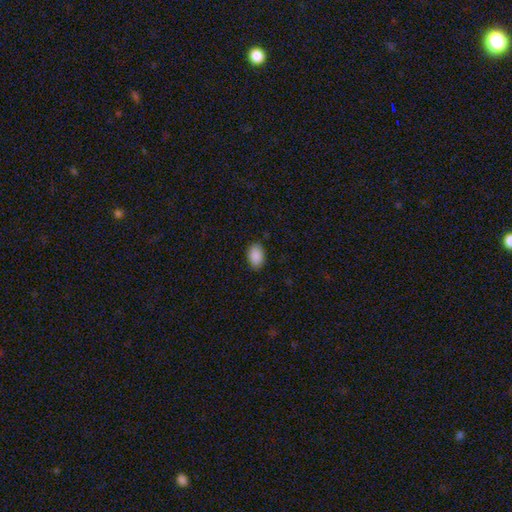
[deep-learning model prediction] smooth_or_featured: smooth (p=0.91) [alt: star or artifact p=0.07]
how_rounded: in between (p=0.91) [alt: round p=0.08]
merging: none (p=0.87) [alt: minor disturbance p=0.10]